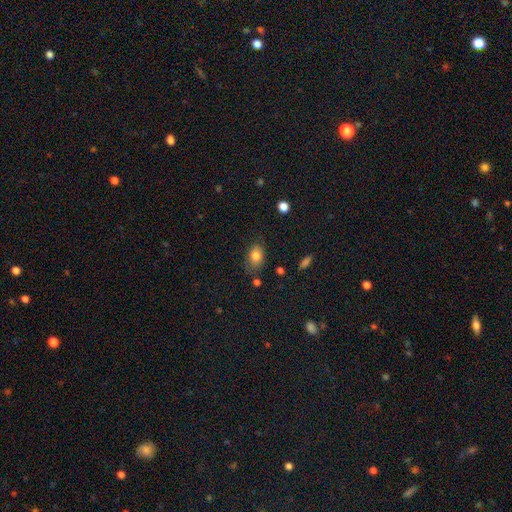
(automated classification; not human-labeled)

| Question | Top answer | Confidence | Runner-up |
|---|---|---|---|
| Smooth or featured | smooth | 78% | featured or disk (12%) |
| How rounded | in between | 83% | round (15%) |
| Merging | none | 67% | minor disturbance (24%) |